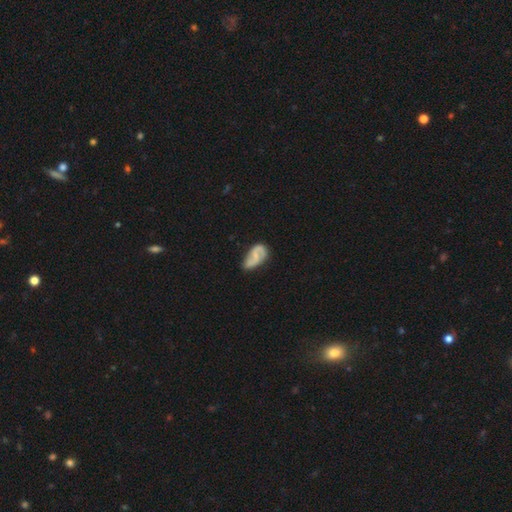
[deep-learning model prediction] The model was most divided on "bar": weak: 41%, no: 40%, strong: 18%. Remaining: edge-on disk — no (97%); spiral arms — yes (89%); spiral arm count — 2 (83%); smooth or featured — featured or disk (66%); merging — none (56%); bulge size — none (47%); spiral winding — loose (46%).